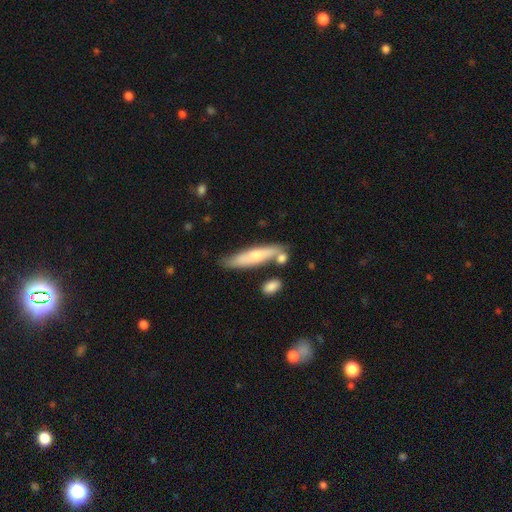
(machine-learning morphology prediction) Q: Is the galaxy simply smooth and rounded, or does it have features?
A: smooth — 60%.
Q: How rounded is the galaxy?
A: cigar-shaped — 80%.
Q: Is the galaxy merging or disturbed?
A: none — 66%.